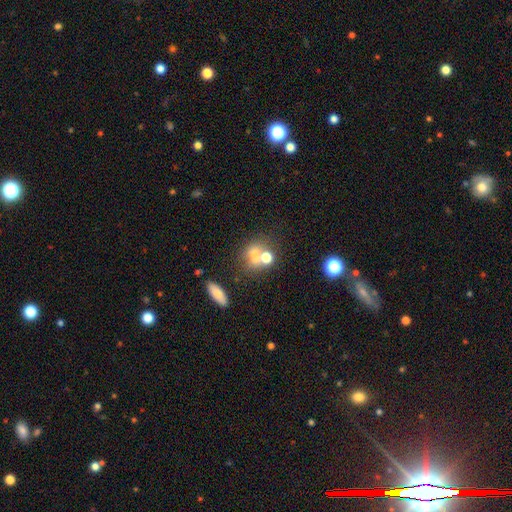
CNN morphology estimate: Overall: smooth (67%). How rounded: round (55%; in between 42%). Merging: merger (41%; none 39%).